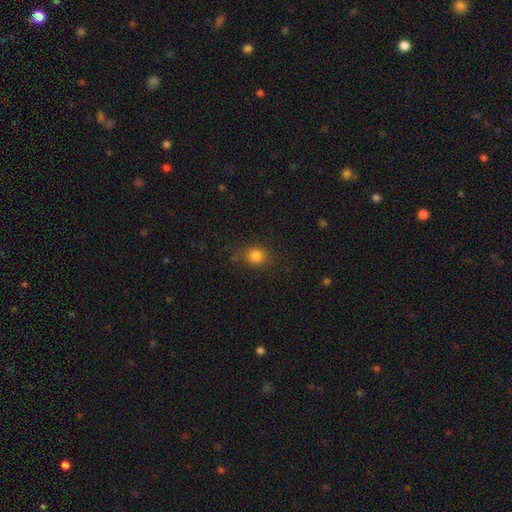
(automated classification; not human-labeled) This is clearly a smooth galaxy (83%). How rounded: likely round (70%). Merging: likely none (78%).